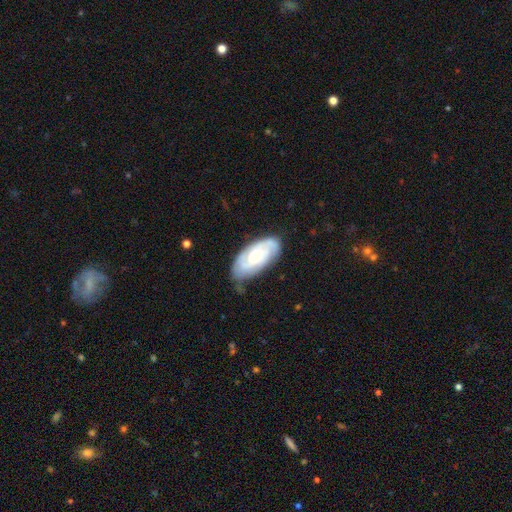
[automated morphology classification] A featured or disk galaxy (73%) with no bar (69%), 2 (38%) tight (62%) spiral arms (93%) and a moderate central bulge (53%).

Vote fractions:
- Smooth or featured? featured or disk: 73% / smooth: 22% / star or artifact: 5%
- Edge-on disk? no: 93% / yes: 7%
- Bar? no: 69% / weak: 26% / strong: 6%
- Spiral arms? yes: 93% / no: 7%
- Spiral winding? tight: 62% / medium: 30% / loose: 8%
- Spiral arm count? 2: 38% / can't tell: 30% / 3: 21% / 4: 5% / 1: 3% / more than 4: 3%
- Bulge size? moderate: 53% / small: 40% / large: 4% / none: 2% / dominant: 1%
- Merging? none: 73% / minor disturbance: 21% / major disturbance: 4% / merger: 1%